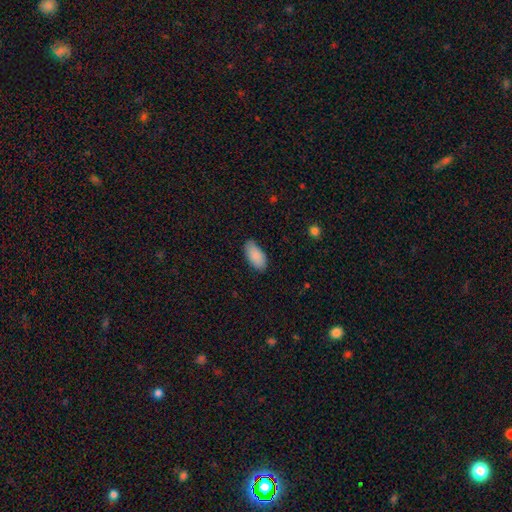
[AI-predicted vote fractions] Smooth or featured? Predicted: smooth (p=0.89). How rounded? Predicted: in between (p=0.92). Merging? Predicted: none (p=0.81).